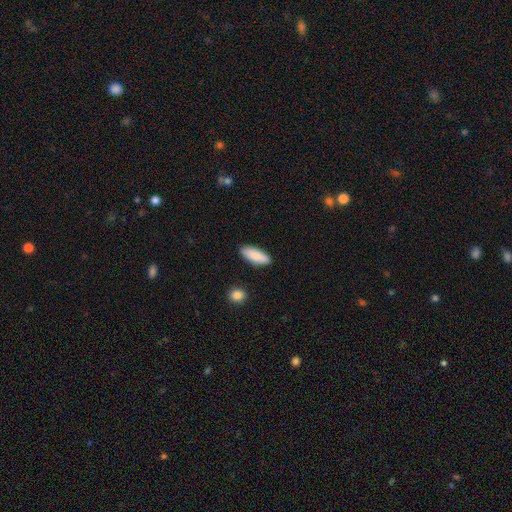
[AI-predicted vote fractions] Overall: smooth (88%). How rounded: in between (73%). Merging: none (89%).